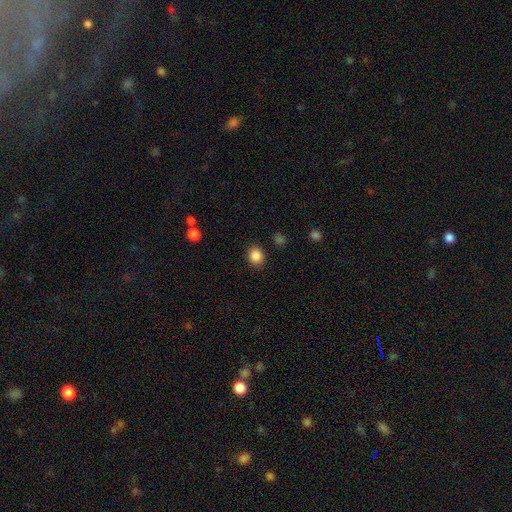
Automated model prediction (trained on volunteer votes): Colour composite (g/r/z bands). It shows a smooth galaxy with no disk features (87%) that is round (70%). Merging: none (88%).